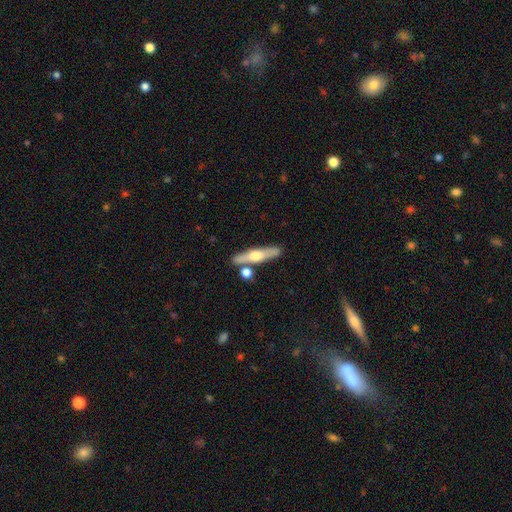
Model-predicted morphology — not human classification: This is possibly a featured or disk galaxy (53%). It is clearly viewed edge-on (92%). Merging: likely none (77%).